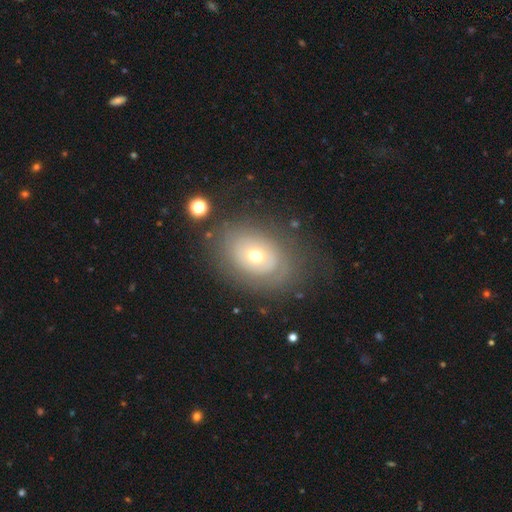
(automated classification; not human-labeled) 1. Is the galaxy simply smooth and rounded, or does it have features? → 49% featured or disk, 42% smooth, 10% star or artifact.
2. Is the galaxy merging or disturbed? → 70% none, 17% minor disturbance, 11% major disturbance, 2% merger.